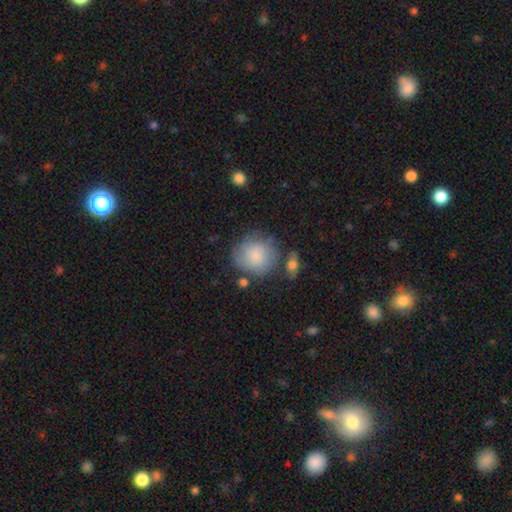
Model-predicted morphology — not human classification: This appears to be a smooth galaxy with no disk features (76%) that is round (88%). Merging: none (65%).